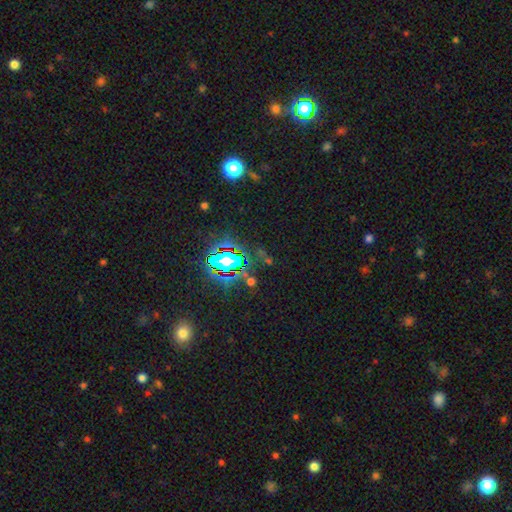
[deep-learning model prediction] smooth_or_featured: star or artifact (p=0.73) [alt: smooth p=0.17]